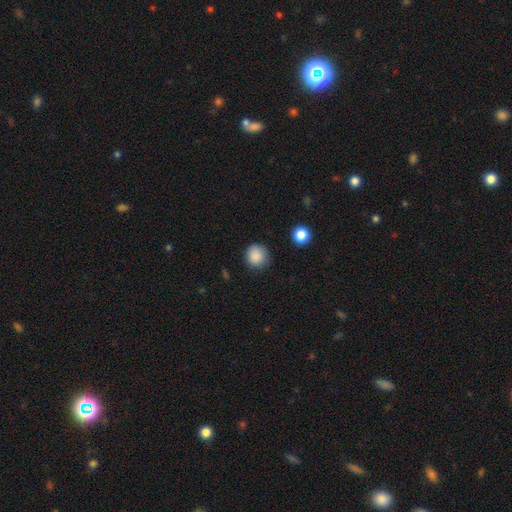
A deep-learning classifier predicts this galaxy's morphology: A smooth galaxy with no disk features (87%) that is round (92%).

Vote fractions:
- Smooth or featured? smooth: 87% / star or artifact: 9% / featured or disk: 3%
- How rounded? round: 92% / in between: 7% / cigar-shaped: 1%
- Merging? none: 86% / minor disturbance: 10% / major disturbance: 3% / merger: 1%